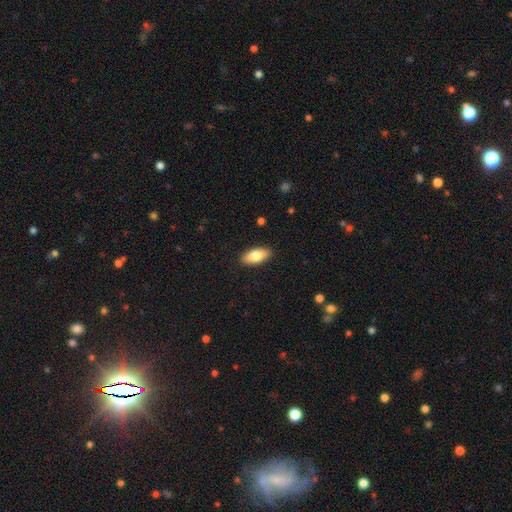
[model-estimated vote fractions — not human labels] Morphology: type=smooth (80%); roundness=in between (89%); merging=none (89%).